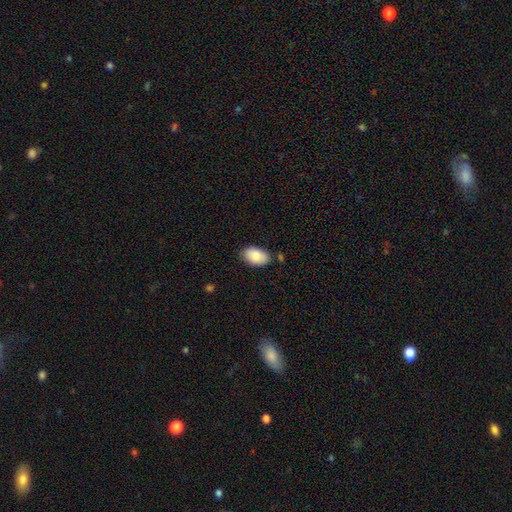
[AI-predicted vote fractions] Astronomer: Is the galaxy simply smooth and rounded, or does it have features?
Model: smooth — 85%.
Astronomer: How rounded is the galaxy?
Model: in between — 93%.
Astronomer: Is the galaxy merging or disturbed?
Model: none — 79%.